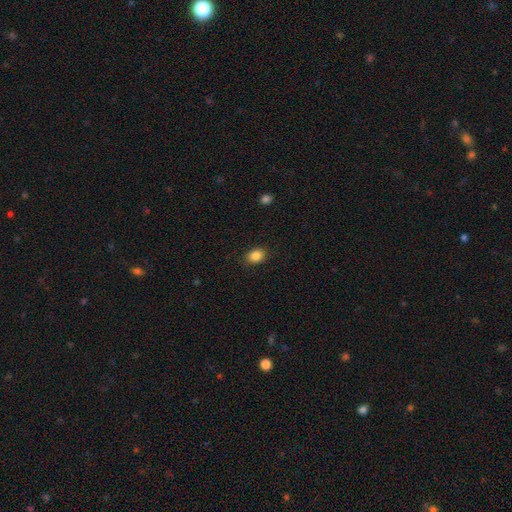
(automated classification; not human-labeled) Smooth or featured? Predicted: smooth (p=0.86). How rounded? Predicted: in between (p=0.63). Merging? Predicted: none (p=0.87).